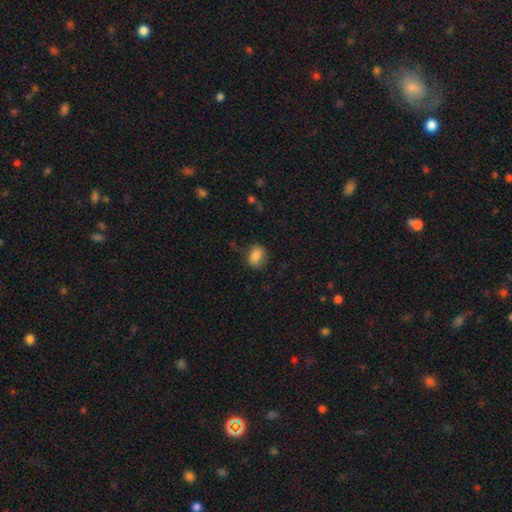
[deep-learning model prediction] smooth_or_featured: smooth (p=0.83) [alt: star or artifact p=0.09]
how_rounded: in between (p=0.56) [alt: round p=0.42]
merging: none (p=0.78) [alt: minor disturbance p=0.16]